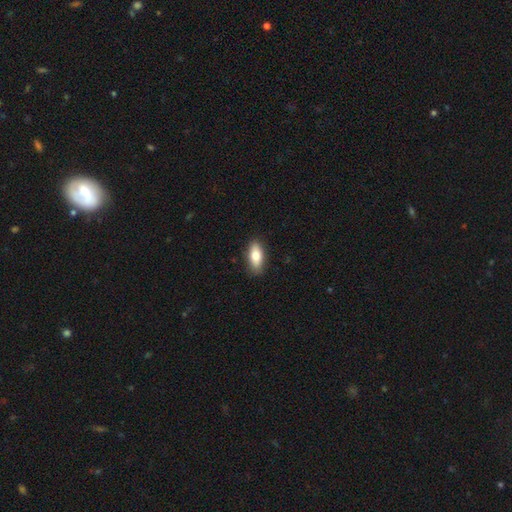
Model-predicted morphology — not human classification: smooth_or_featured: smooth (p=0.78) [alt: featured or disk p=0.15]
how_rounded: in between (p=0.82) [alt: cigar-shaped p=0.15]
merging: none (p=0.87) [alt: minor disturbance p=0.10]